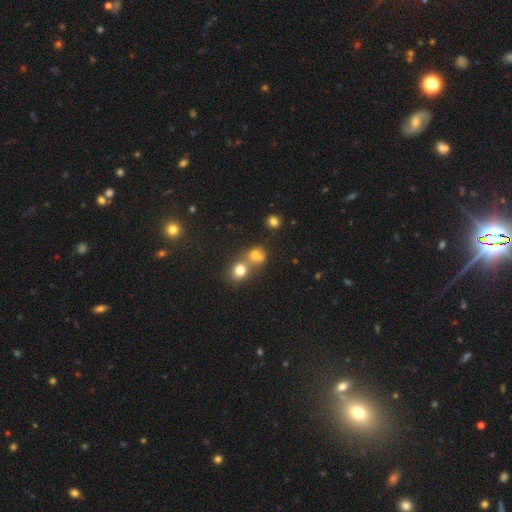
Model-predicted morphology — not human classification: Smooth or featured: smooth — 69% (star or artifact — 19%)
How rounded: round — 69% (in between — 29%)
Merging: merger — 48% (none — 37%)